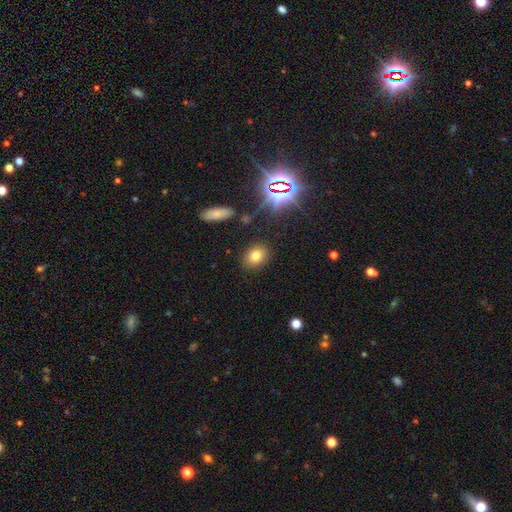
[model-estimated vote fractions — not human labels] smooth 73%, star or artifact 17%, featured or disk 9%. Down the decision tree: how rounded — in between (56%); merging — none (86%).